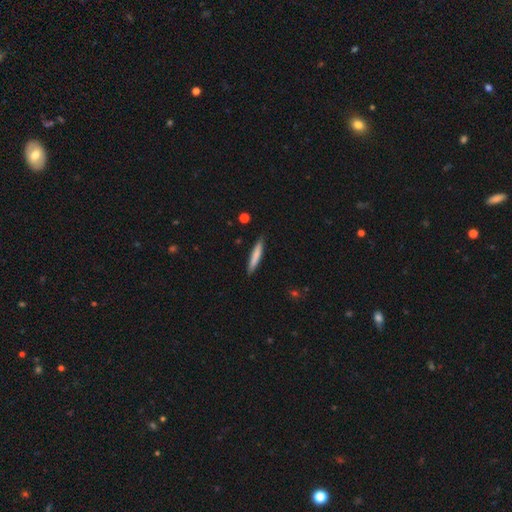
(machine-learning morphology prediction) Smooth or featured?
  - smooth: 77% *
  - featured or disk: 18%
  - star or artifact: 5%
How rounded?
  - cigar-shaped: 94% *
  - in between: 5%
  - round: 1%
Merging?
  - none: 89% *
  - minor disturbance: 8%
  - major disturbance: 1%
  - merger: 1%